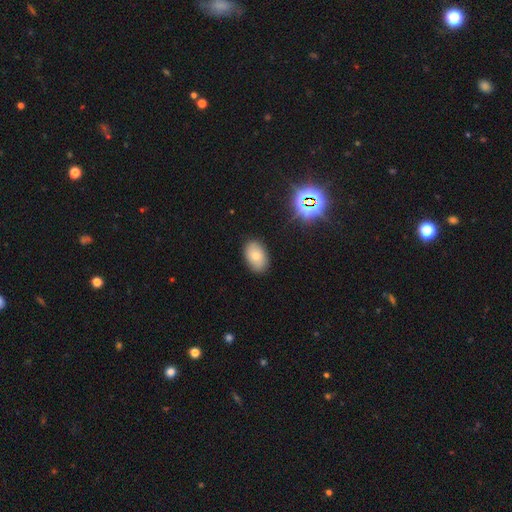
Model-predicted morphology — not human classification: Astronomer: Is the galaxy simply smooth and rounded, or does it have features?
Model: smooth — 73%.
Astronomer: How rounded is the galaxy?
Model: in between — 88%.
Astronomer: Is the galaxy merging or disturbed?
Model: none — 85%.